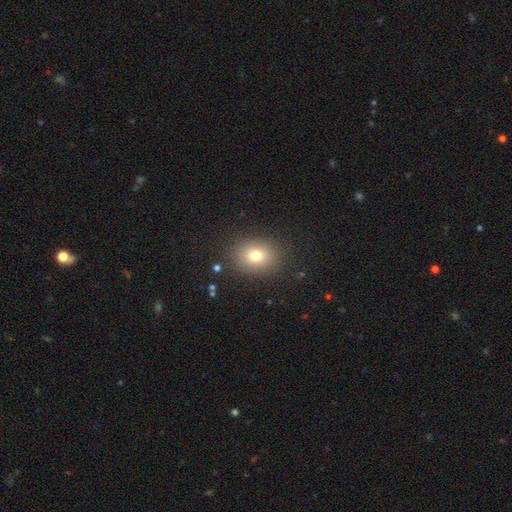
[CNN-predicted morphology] Smooth or featured?
  - smooth: 76% *
  - star or artifact: 13%
  - featured or disk: 11%
How rounded?
  - in between: 50% *
  - round: 49%
  - cigar-shaped: 1%
Merging?
  - none: 87% *
  - minor disturbance: 8%
  - major disturbance: 4%
  - merger: 1%